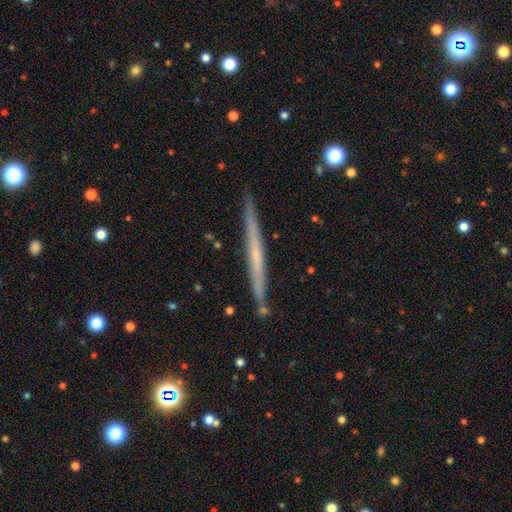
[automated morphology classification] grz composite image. It shows a featured or disk galaxy (61%) viewed edge-on (97%) with no central bulge (78%). Merging: none (89%).